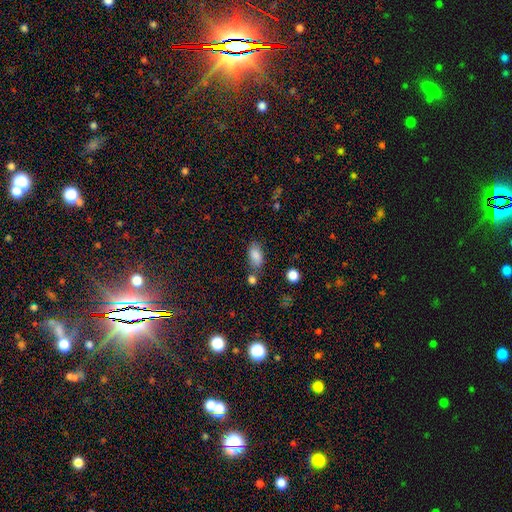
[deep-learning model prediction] A smooth galaxy with no disk features (85%) that is in between round and cigar-shaped (91%).

Vote fractions:
- Smooth or featured? smooth: 85% / star or artifact: 9% / featured or disk: 6%
- How rounded? in between: 91% / round: 5% / cigar-shaped: 4%
- Merging? none: 67% / minor disturbance: 16% / merger: 12% / major disturbance: 5%